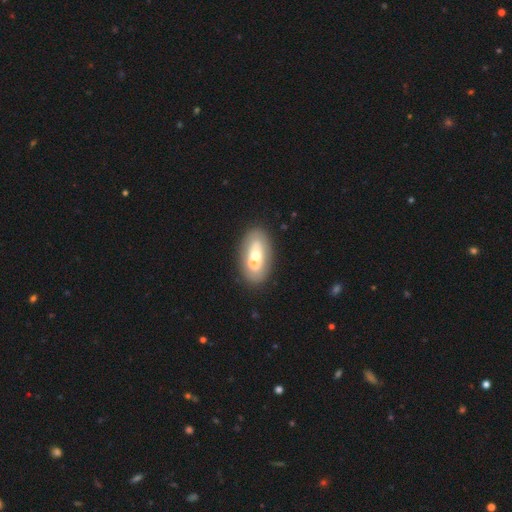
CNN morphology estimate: The model was most divided on "smooth or featured": smooth: 48%, featured or disk: 44%, star or artifact: 8%. Remaining: merging — none (47%).